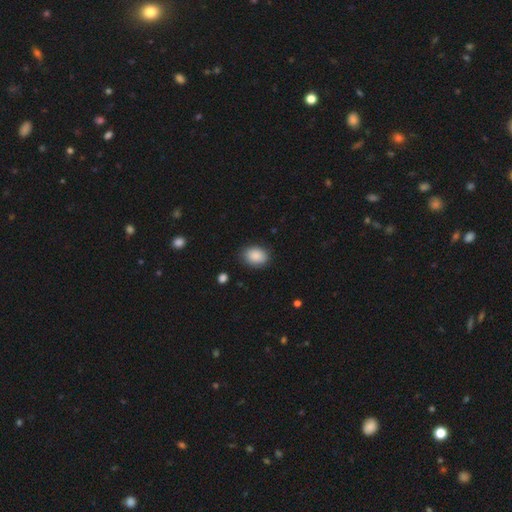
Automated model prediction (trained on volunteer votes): smooth_or_featured: smooth (p=0.89) [alt: star or artifact p=0.07]
how_rounded: in between (p=0.71) [alt: round p=0.28]
merging: none (p=0.84) [alt: minor disturbance p=0.12]